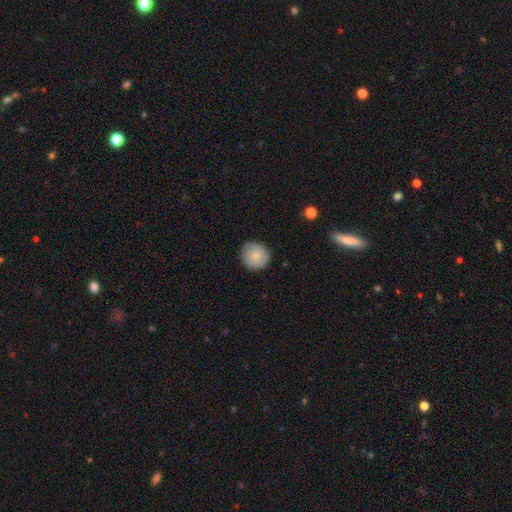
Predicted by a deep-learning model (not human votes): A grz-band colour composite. It shows a smooth galaxy with no disk features (85%) that is round (92%). Merging: none (89%).